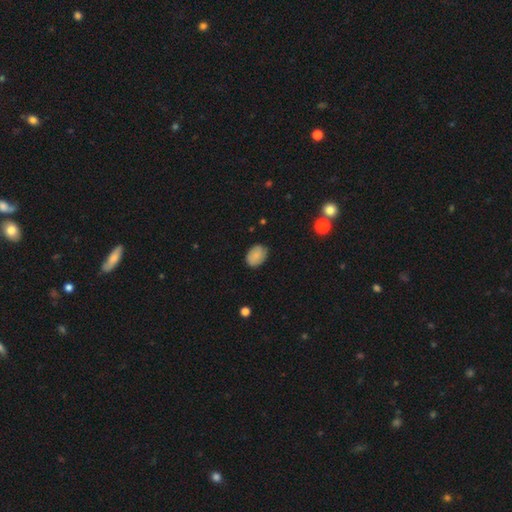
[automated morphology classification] smooth_or_featured: smooth (p=0.81) [alt: featured or disk p=0.11]
how_rounded: in between (p=0.77) [alt: round p=0.22]
merging: none (p=0.81) [alt: minor disturbance p=0.15]